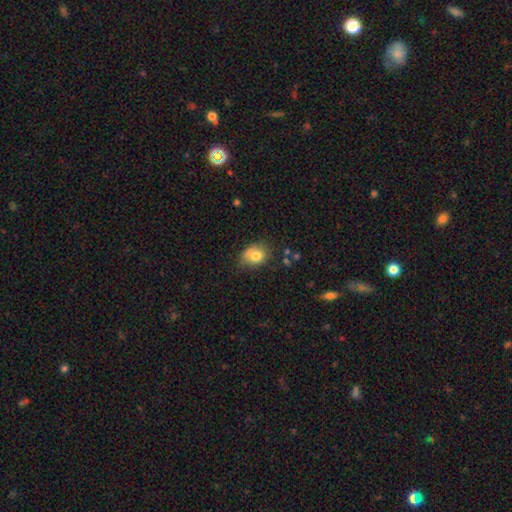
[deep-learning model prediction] smooth 76%, featured or disk 15%, star or artifact 10%. Down the decision tree: how rounded — in between (59%); merging — none (52%).